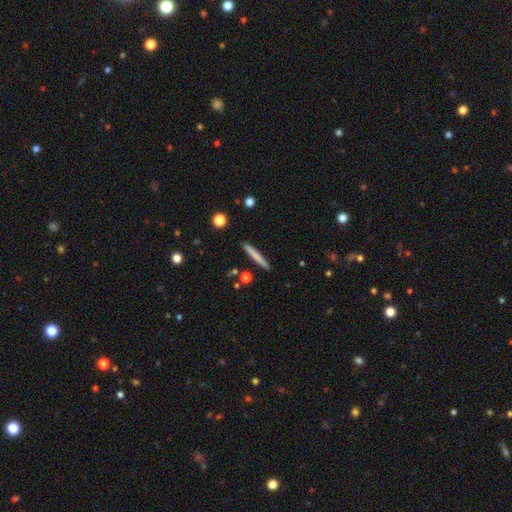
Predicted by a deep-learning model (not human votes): Morphology: type=smooth (69%); roundness=cigar-shaped (96%); merging=none (90%).